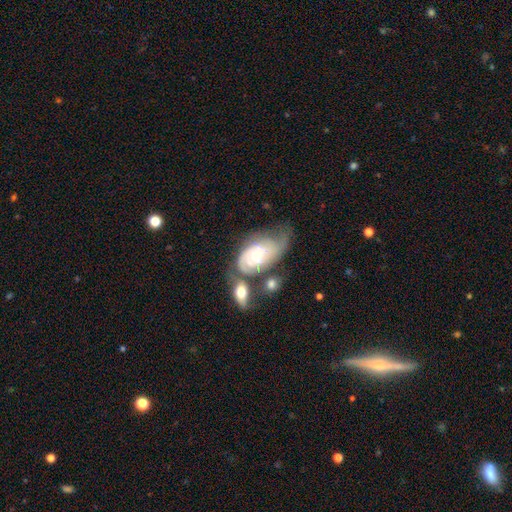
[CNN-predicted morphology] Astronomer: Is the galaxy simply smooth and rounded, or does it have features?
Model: featured or disk — 73%.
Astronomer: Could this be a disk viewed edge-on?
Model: no — 95%.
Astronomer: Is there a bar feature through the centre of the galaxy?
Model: no — 76%.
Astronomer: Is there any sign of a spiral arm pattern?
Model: yes — 88%.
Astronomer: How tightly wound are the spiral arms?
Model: tight — 59%.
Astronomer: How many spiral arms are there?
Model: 2 — 37%, tied with can't tell at 37%.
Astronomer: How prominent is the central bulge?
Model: moderate — 51% (runner-up: small, 41%).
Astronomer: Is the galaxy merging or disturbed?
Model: merger — 26%, tied with none at 26%.